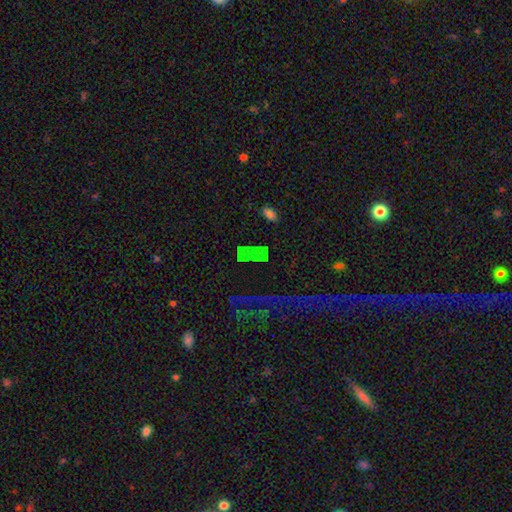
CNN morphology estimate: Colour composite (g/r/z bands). It shows a star or artifact, not a galaxy (58%).